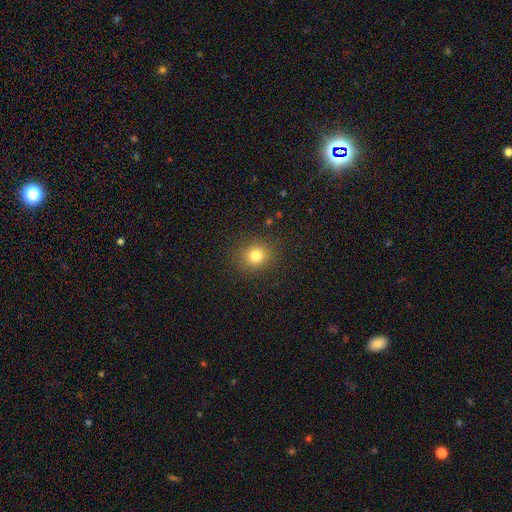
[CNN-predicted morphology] type=smooth (79%); roundness=round (83%); merging=none (89%).